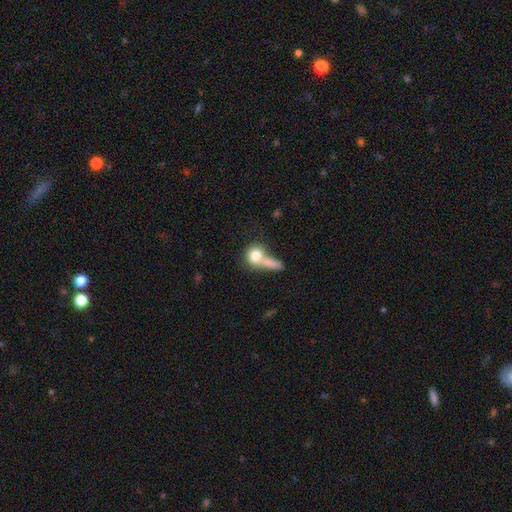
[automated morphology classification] Smooth or featured: smooth — 75% (featured or disk — 17%)
How rounded: round — 67% (in between — 28%)
Merging: merger — 53% (none — 26%)